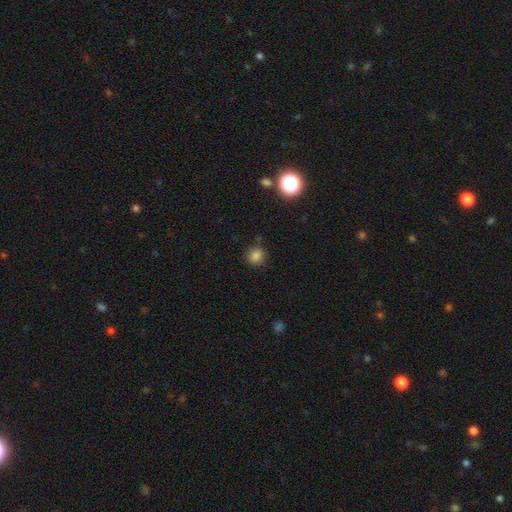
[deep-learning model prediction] A smooth galaxy with no disk features (81%) that is round (88%). Merging: none (83%).